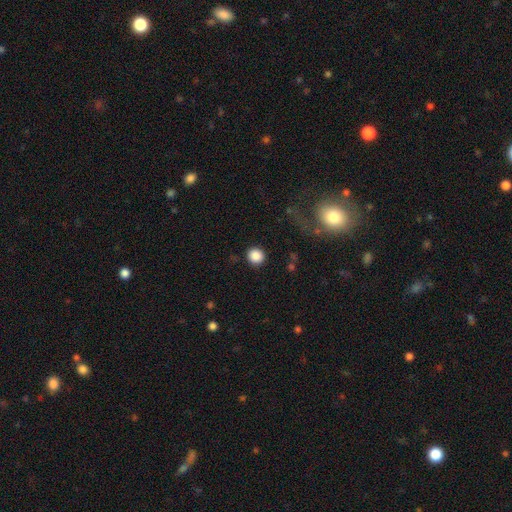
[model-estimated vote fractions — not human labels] The model was most divided on "smooth or featured": smooth: 87%, star or artifact: 10%, featured or disk: 4%. More confident: how rounded — round (90%); merging — none (89%).